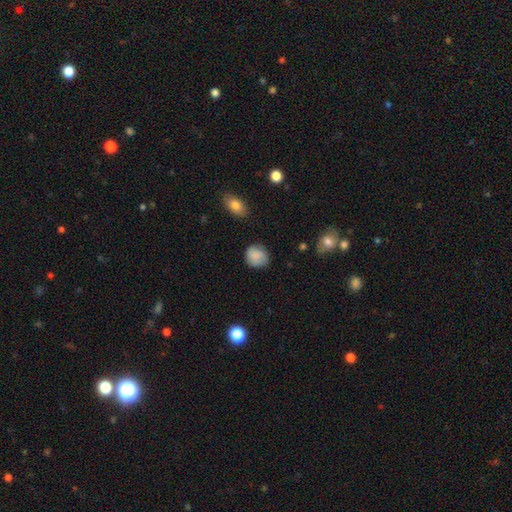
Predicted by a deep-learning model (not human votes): Smooth or featured? smooth (84%)
How rounded? round (77%)
Merging? none (74%)